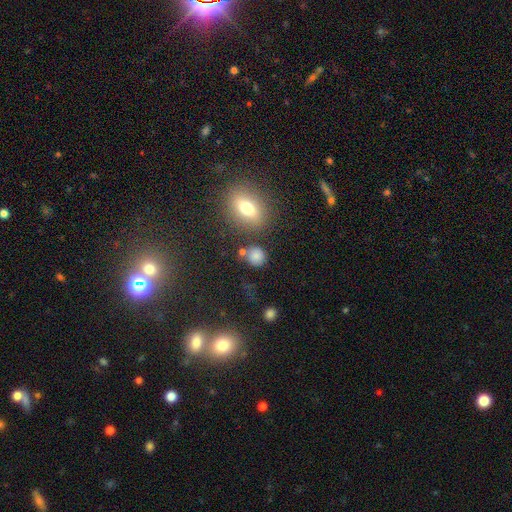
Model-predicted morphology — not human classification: A smooth galaxy with no disk features (80%) that is round (83%). Merging: none (75%).